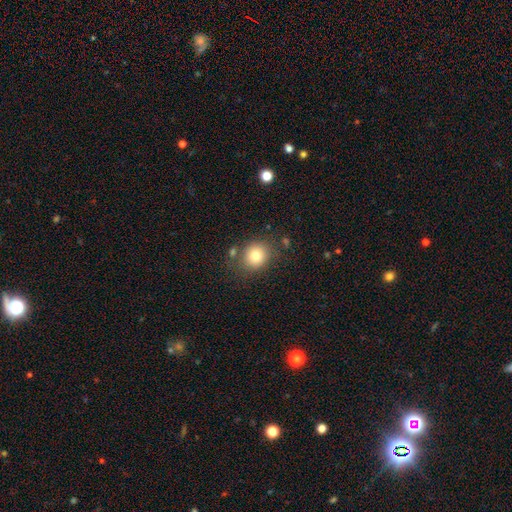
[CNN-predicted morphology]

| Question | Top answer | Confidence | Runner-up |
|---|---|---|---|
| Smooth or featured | smooth | 79% | star or artifact (11%) |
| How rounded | round | 76% | in between (24%) |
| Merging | none | 75% | minor disturbance (13%) |